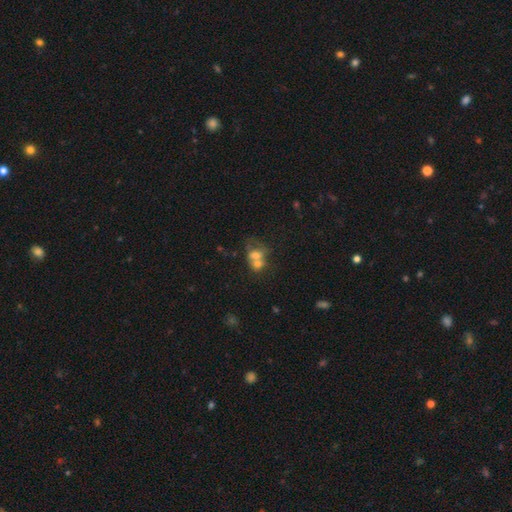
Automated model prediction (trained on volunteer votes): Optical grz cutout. It shows a smooth galaxy with no disk features (58%) that is in between round and cigar-shaped (56%). Merging: merger (68%).